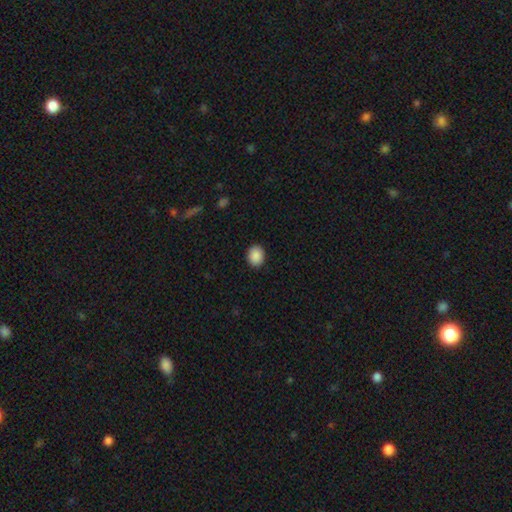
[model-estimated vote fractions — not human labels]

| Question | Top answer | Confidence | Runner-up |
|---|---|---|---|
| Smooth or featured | smooth | 89% | star or artifact (8%) |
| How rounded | round | 52% | in between (47%) |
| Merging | none | 90% | minor disturbance (7%) |